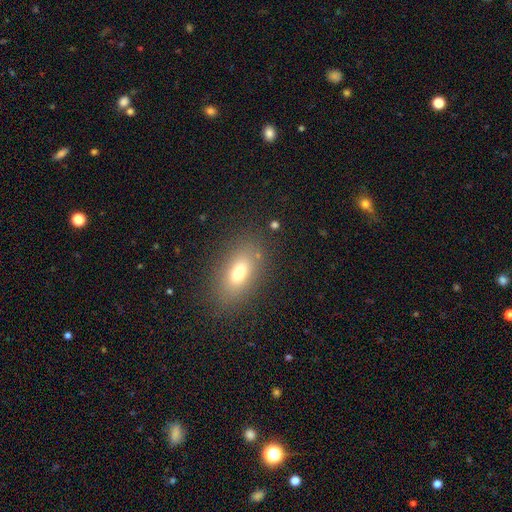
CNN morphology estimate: Smooth or featured? Predicted: smooth (p=0.67). How rounded? Predicted: in between (p=0.82). Merging? Predicted: none (p=0.88).